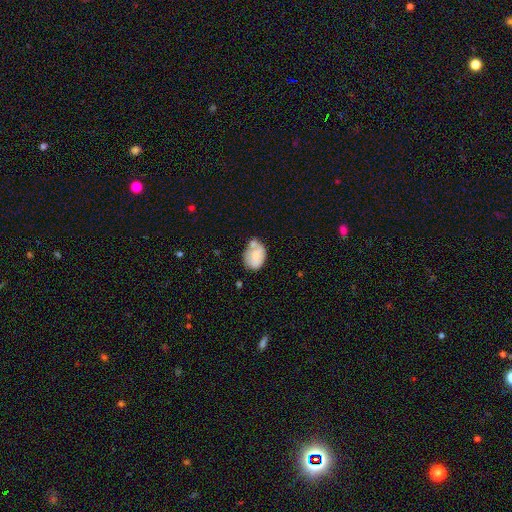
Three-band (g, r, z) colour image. It shows a smooth galaxy with no disk features (70%) that is in between round and cigar-shaped (82%). Merging: none (38%).